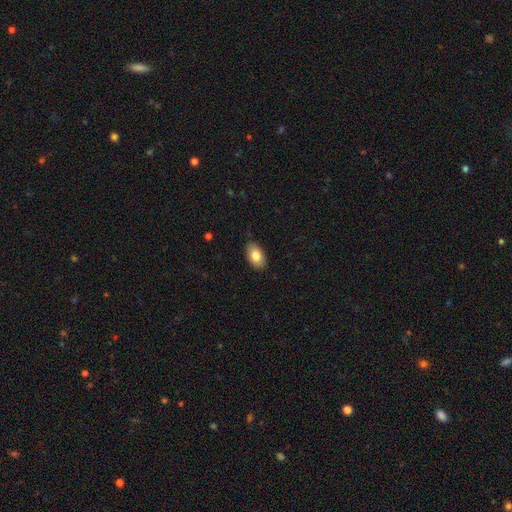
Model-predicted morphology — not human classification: smooth 82%, featured or disk 11%, star or artifact 7%. Down the decision tree: how rounded — in between (93%); merging — none (85%).